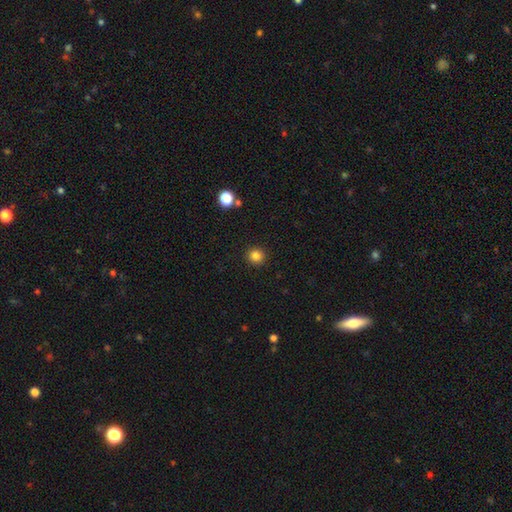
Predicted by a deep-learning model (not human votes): Smooth or featured? smooth (83%)
How rounded? round (94%)
Merging? none (92%)